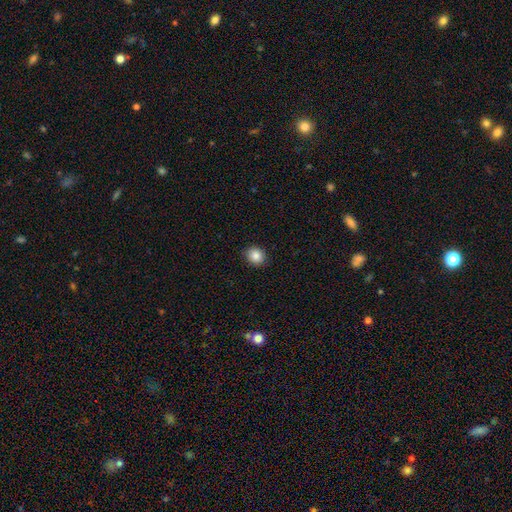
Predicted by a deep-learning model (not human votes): Smooth or featured?
  - smooth: 86% *
  - star or artifact: 10%
  - featured or disk: 5%
How rounded?
  - round: 72% *
  - in between: 27%
  - cigar-shaped: 1%
Merging?
  - none: 90% *
  - minor disturbance: 7%
  - major disturbance: 2%
  - merger: 1%